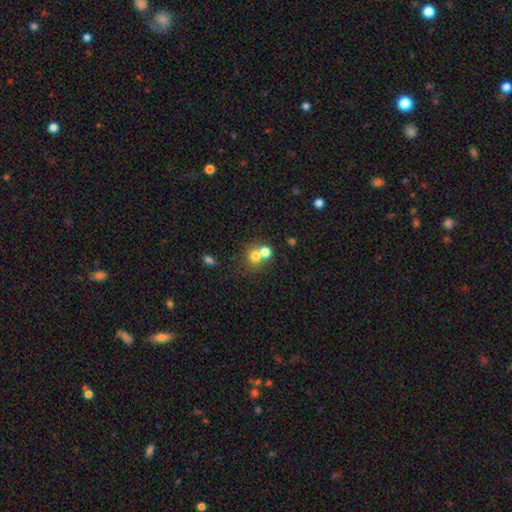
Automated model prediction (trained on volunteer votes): Smooth or featured: smooth — 72% (featured or disk — 14%)
How rounded: round — 79% (in between — 20%)
Merging: merger — 49% (none — 41%)